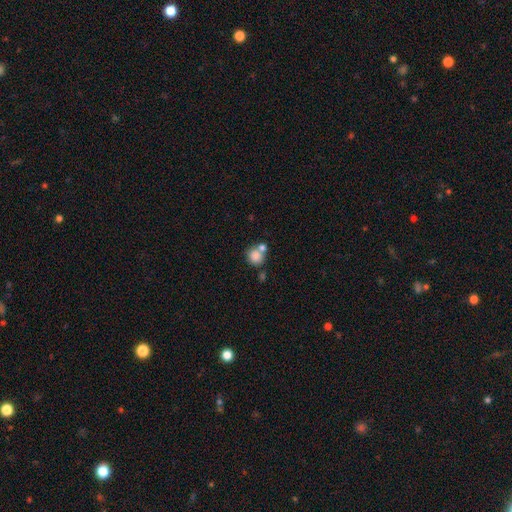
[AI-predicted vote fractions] smooth_or_featured: smooth (p=0.82) [alt: star or artifact p=0.10]
how_rounded: round (p=0.87) [alt: in between p=0.12]
merging: none (p=0.51) [alt: merger p=0.35]